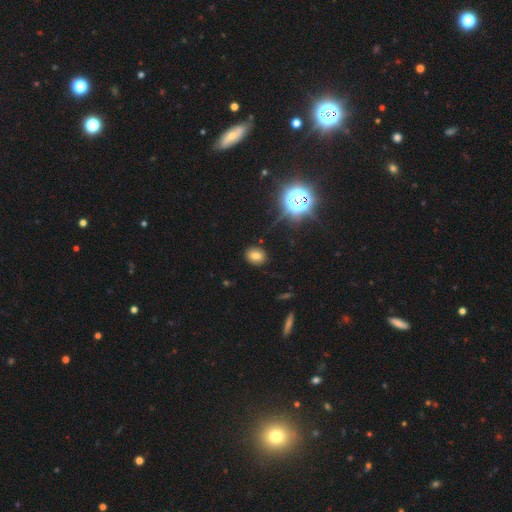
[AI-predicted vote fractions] Smooth or featured: smooth — 71% (star or artifact — 19%)
How rounded: in between — 54% (round — 45%)
Merging: none — 88% (minor disturbance — 8%)